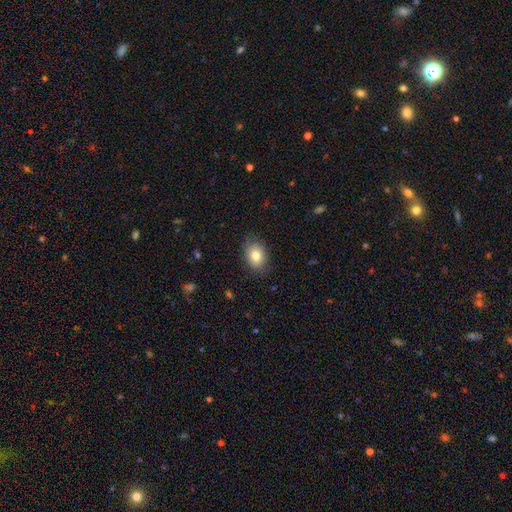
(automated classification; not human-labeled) A smooth galaxy with no disk features (81%) that is in between round and cigar-shaped (72%). Merging: none (82%).